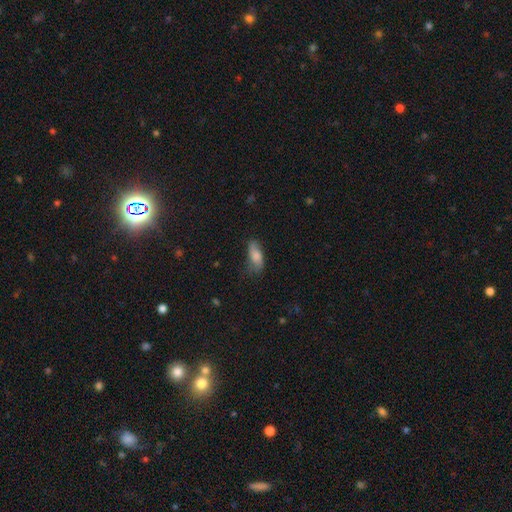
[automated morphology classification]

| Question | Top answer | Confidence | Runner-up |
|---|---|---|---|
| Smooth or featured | smooth | 73% | featured or disk (19%) |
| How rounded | in between | 79% | cigar-shaped (18%) |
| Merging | none | 57% | minor disturbance (29%) |